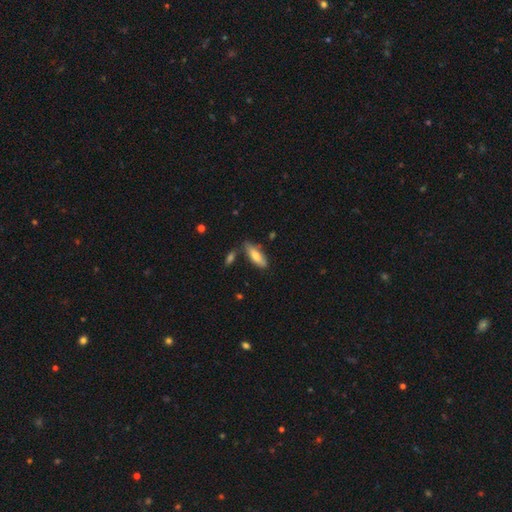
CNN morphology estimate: Overall: smooth (71%). How rounded: in between (59%; cigar-shaped 39%). Merging: none (69%).